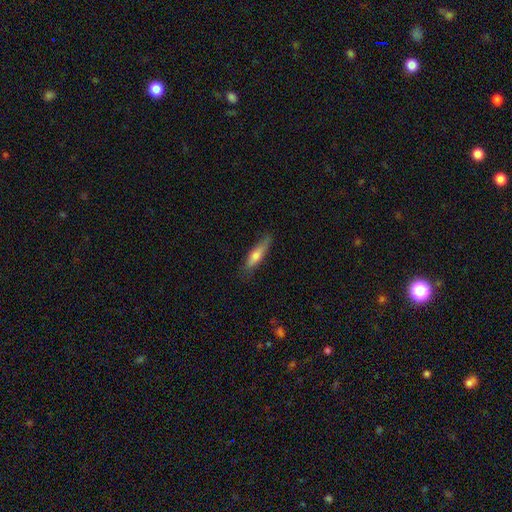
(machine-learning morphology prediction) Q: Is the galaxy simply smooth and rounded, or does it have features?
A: smooth — 66%.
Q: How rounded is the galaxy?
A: cigar-shaped — 74%.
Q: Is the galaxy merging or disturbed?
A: none — 75%.